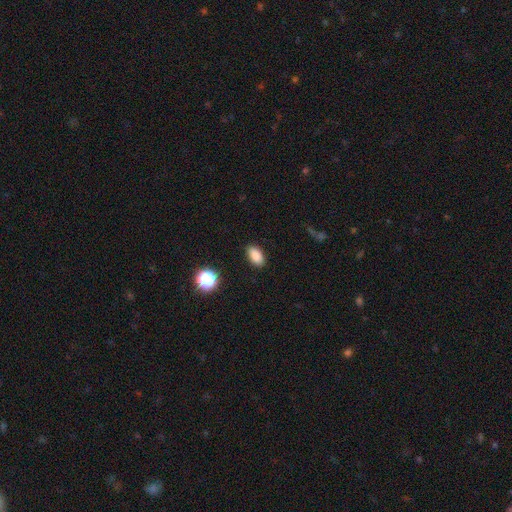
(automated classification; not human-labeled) The model was most divided on "smooth or featured": smooth: 86%, star or artifact: 10%, featured or disk: 4%. More confident: how rounded — in between (91%); merging — none (89%).